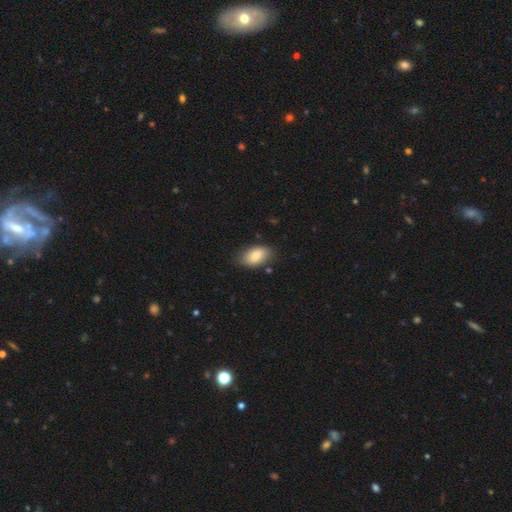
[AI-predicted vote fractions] Overall: smooth (82%). How rounded: in between (92%). Merging: none (79%).